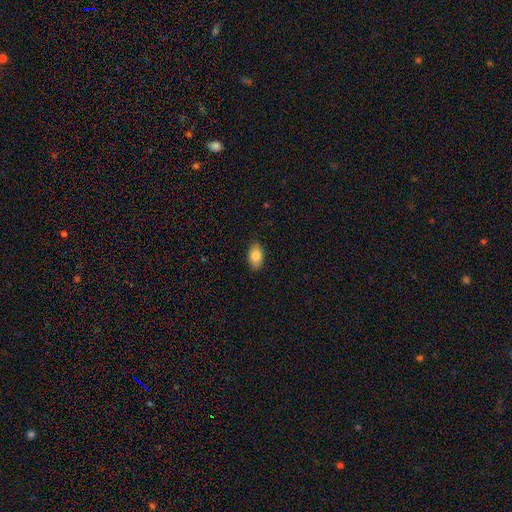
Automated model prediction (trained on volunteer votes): This is clearly a smooth galaxy (84%). How rounded: clearly in between (91%). Merging: clearly none (87%).